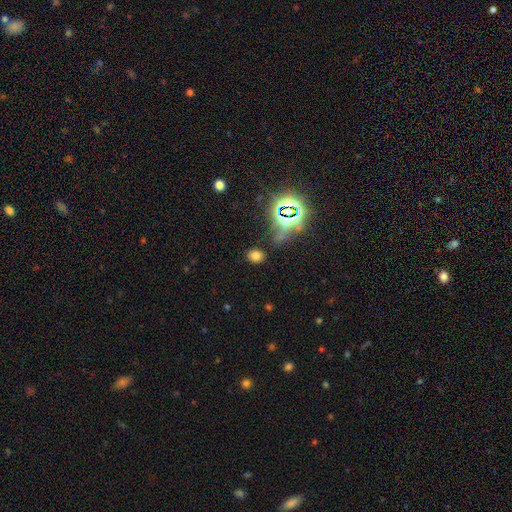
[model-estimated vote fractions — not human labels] This appears to be a smooth galaxy with no disk features (65%) that is in between round and cigar-shaped (51%). Merging: none (82%).